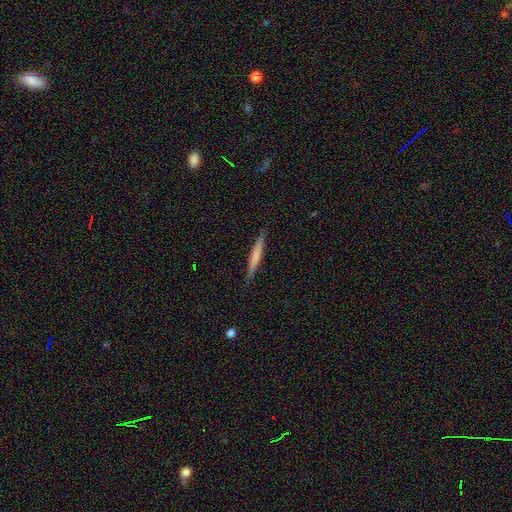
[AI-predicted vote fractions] Smooth or featured?
  - smooth: 58% *
  - featured or disk: 36%
  - star or artifact: 6%
How rounded?
  - cigar-shaped: 95% *
  - in between: 4%
  - round: 1%
Merging?
  - none: 88% *
  - minor disturbance: 9%
  - major disturbance: 2%
  - merger: 1%